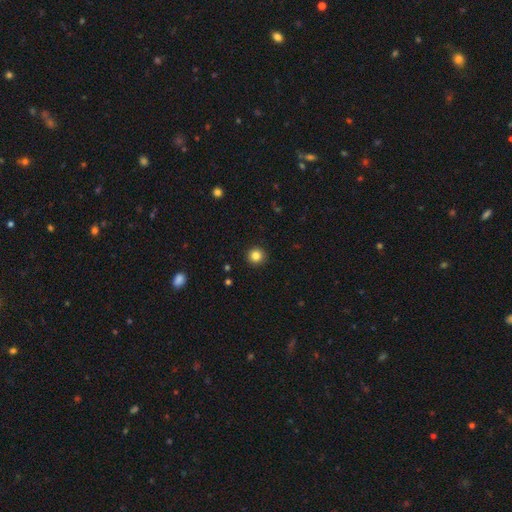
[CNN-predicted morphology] This appears to be a smooth galaxy with no disk features (84%) that is round (95%). Merging: none (93%).